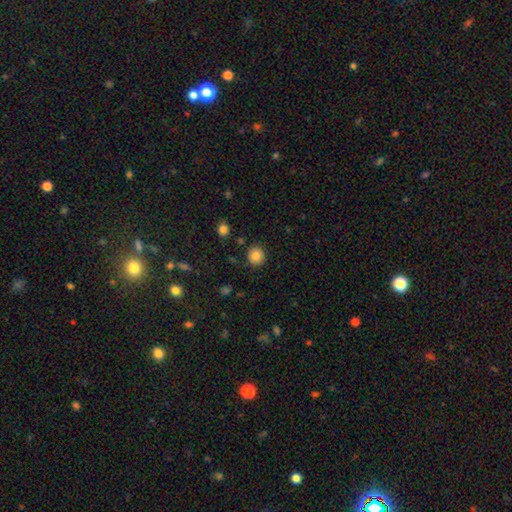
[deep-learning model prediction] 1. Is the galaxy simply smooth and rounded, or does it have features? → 85% smooth, 10% star or artifact, 5% featured or disk.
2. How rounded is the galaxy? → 89% round, 10% in between, 1% cigar-shaped.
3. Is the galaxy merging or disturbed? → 87% none, 8% minor disturbance, 2% major disturbance, 2% merger.